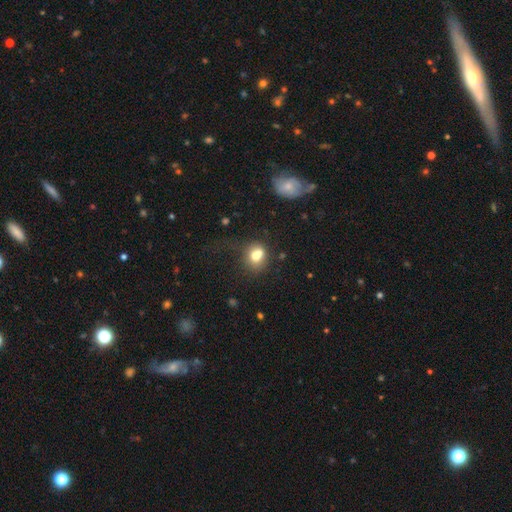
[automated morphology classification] Smooth or featured?
  - smooth: 72% *
  - featured or disk: 16%
  - star or artifact: 12%
How rounded?
  - round: 62% *
  - in between: 37%
  - cigar-shaped: 1%
Merging?
  - none: 39% *
  - merger: 31%
  - minor disturbance: 18%
  - major disturbance: 13%